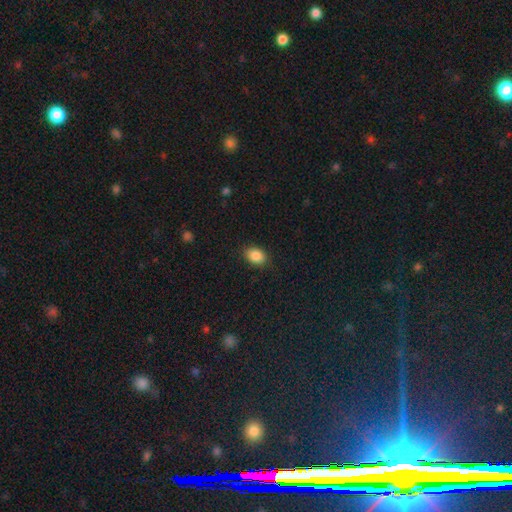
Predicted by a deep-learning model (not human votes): A smooth galaxy with no disk features (87%) that is in between round and cigar-shaped (72%). Merging: none (87%).